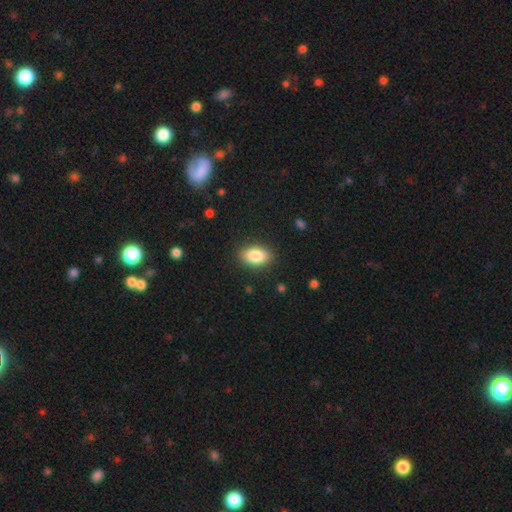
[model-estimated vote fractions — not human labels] The model was most divided on "smooth or featured": smooth: 86%, star or artifact: 7%, featured or disk: 7%. More confident: how rounded — in between (89%); merging — none (87%).